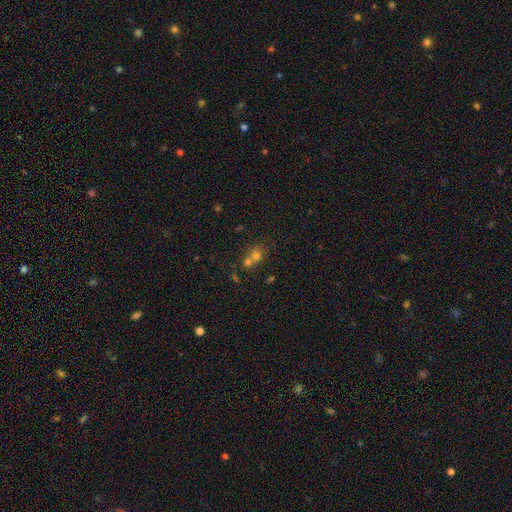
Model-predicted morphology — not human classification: Smooth or featured? smooth (64%)
How rounded? round (69%)
Merging? merger (58%)